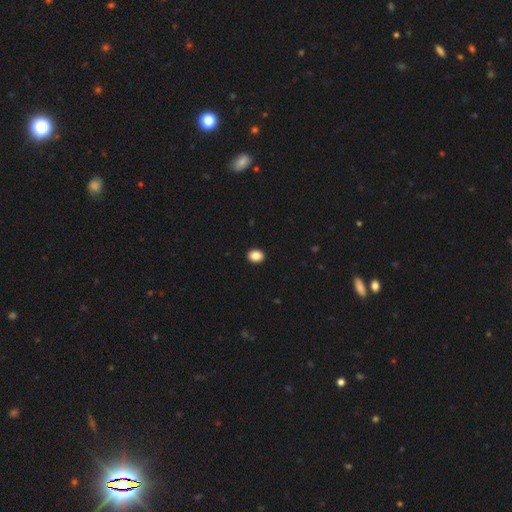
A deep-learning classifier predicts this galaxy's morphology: Overall: smooth (87%). How rounded: round (52%; in between 47%). Merging: none (93%).